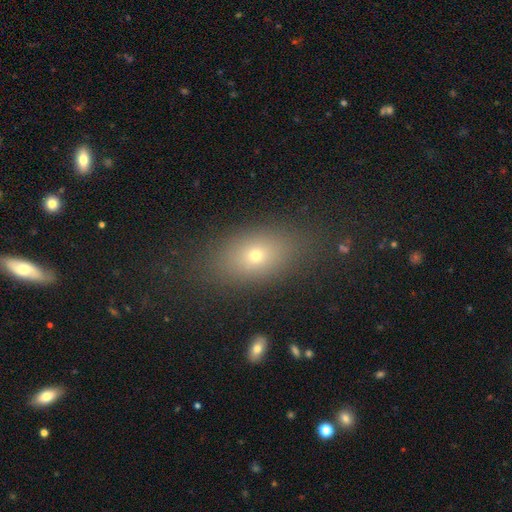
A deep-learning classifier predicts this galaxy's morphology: smooth-or-featured: smooth: 69% | featured or disk: 16% | star or artifact: 15%
  how-rounded: in between: 79% | round: 18% | cigar-shaped: 4%
  merging: none: 80% | minor disturbance: 12% | major disturbance: 6% | merger: 2%